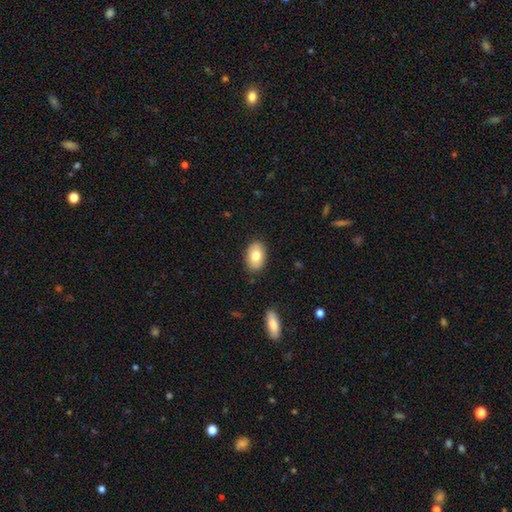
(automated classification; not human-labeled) smooth 78%, featured or disk 15%, star or artifact 7%. Down the decision tree: how rounded — in between (89%); merging — none (87%).